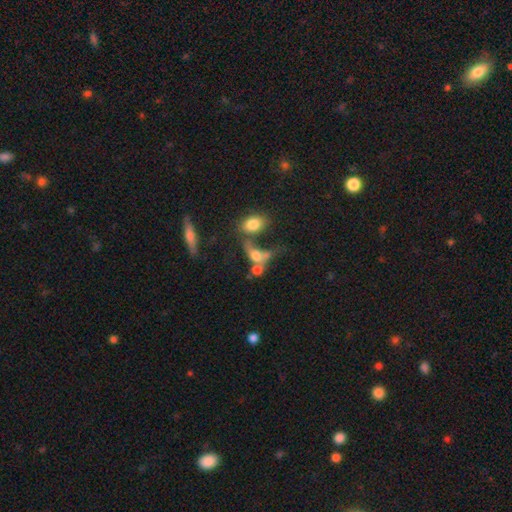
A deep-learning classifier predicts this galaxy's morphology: The model was most divided on "merging": merger: 50%, none: 22%, major disturbance: 16%, minor disturbance: 11%. More confident: how rounded — in between (67%); smooth or featured — smooth (58%).